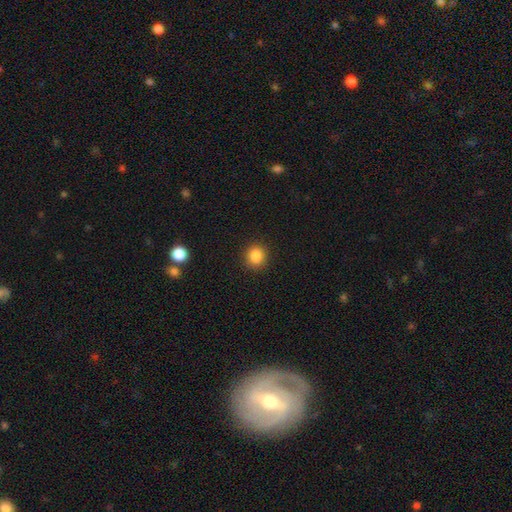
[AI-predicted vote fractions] This is clearly a smooth galaxy (86%). How rounded: clearly round (81%). Merging: clearly none (88%).